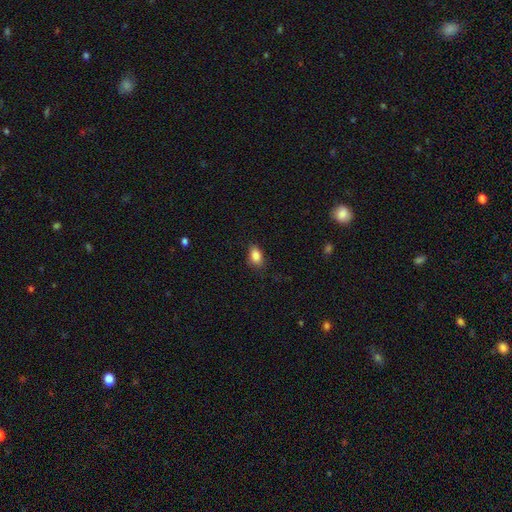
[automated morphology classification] smooth_or_featured: smooth (p=0.86) [alt: star or artifact p=0.09]
how_rounded: in between (p=0.86) [alt: round p=0.11]
merging: none (p=0.80) [alt: minor disturbance p=0.15]